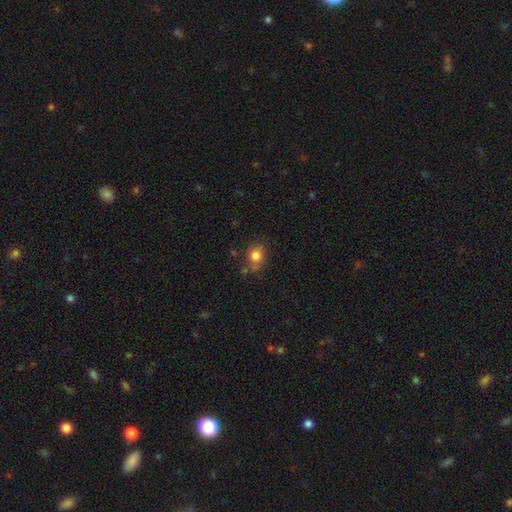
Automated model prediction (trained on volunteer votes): This appears to be a smooth galaxy with no disk features (81%) that is round (62%). Merging: none (63%).